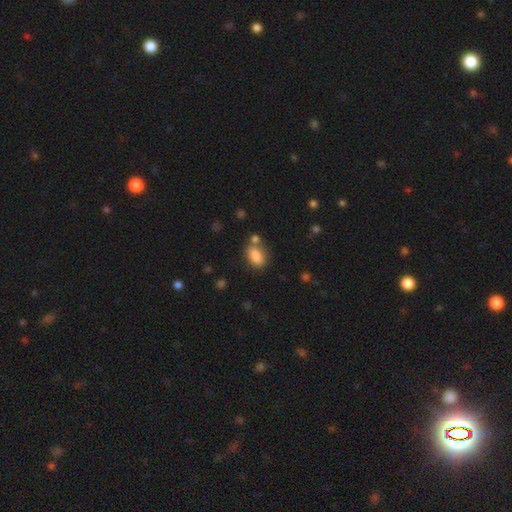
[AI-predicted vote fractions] Smooth or featured?
  - smooth: 85% *
  - star or artifact: 8%
  - featured or disk: 7%
How rounded?
  - in between: 84% *
  - round: 13%
  - cigar-shaped: 2%
Merging?
  - none: 64% *
  - merger: 17%
  - minor disturbance: 15%
  - major disturbance: 5%